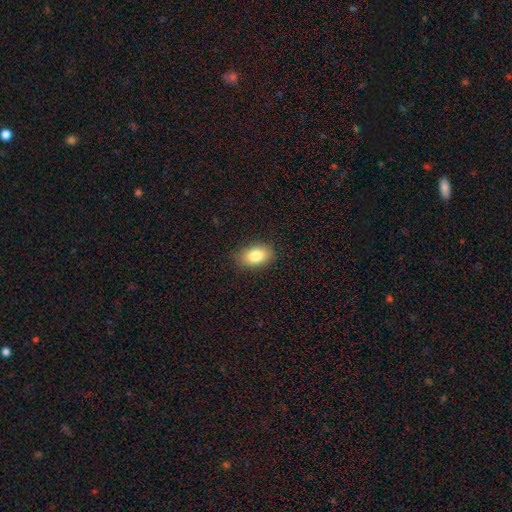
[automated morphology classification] Smooth or featured: smooth — 82% (featured or disk — 9%)
How rounded: in between — 87% (round — 11%)
Merging: none — 85% (minor disturbance — 11%)